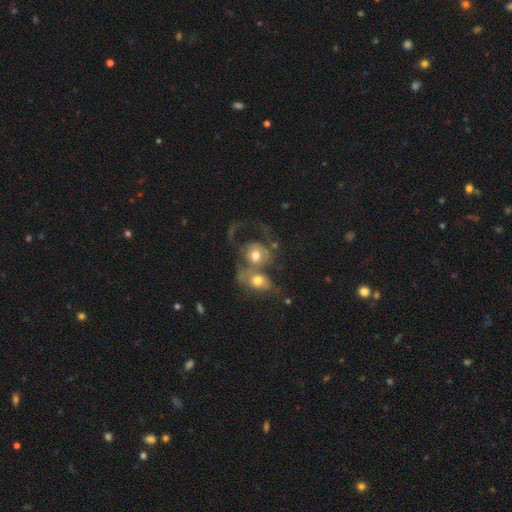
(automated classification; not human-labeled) This is possibly a smooth galaxy (46%). Merging: likely merger (65%).